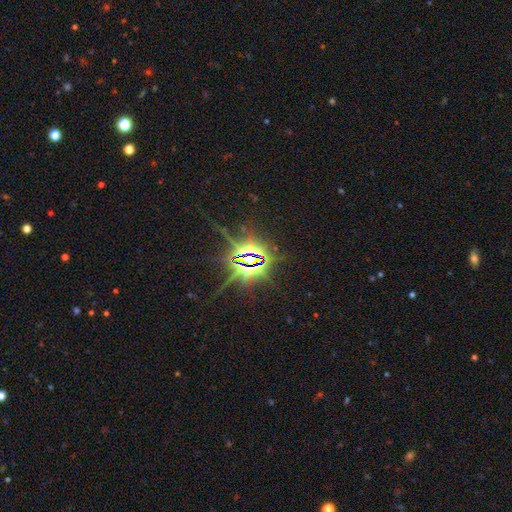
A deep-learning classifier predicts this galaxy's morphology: Smooth or featured? Predicted: star or artifact (p=0.84).